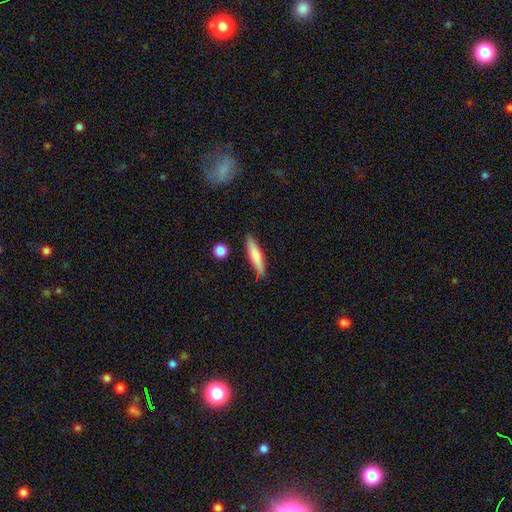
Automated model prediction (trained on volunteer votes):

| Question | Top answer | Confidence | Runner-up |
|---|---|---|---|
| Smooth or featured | smooth | 75% | featured or disk (18%) |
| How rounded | cigar-shaped | 81% | in between (17%) |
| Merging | none | 79% | minor disturbance (14%) |